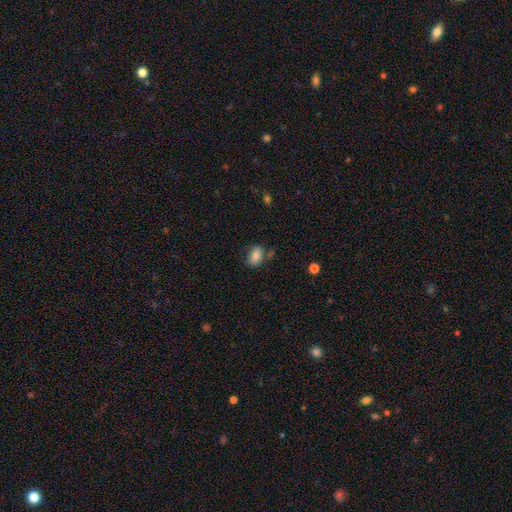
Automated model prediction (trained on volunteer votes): smooth 80%, featured or disk 12%, star or artifact 8%. Down the decision tree: how rounded — in between (86%); merging — none (67%).